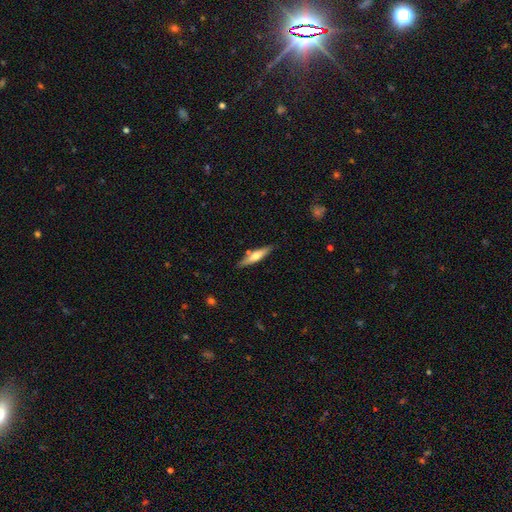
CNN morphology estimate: This appears to be a smooth galaxy with no disk features (51%) that is cigar-shaped (81%). Merging: none (81%).